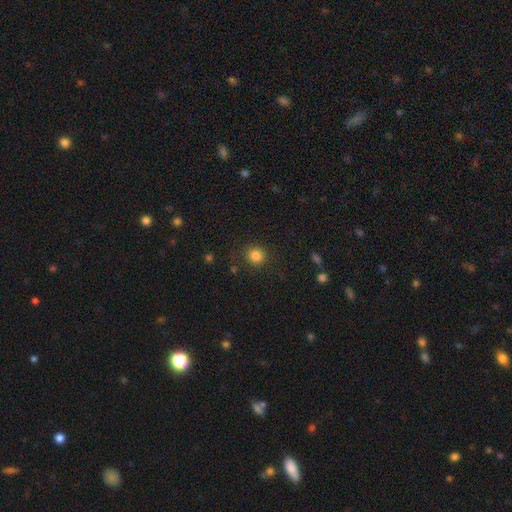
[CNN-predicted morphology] Smooth or featured? Predicted: smooth (p=0.83). How rounded? Predicted: round (p=0.90). Merging? Predicted: none (p=0.87).